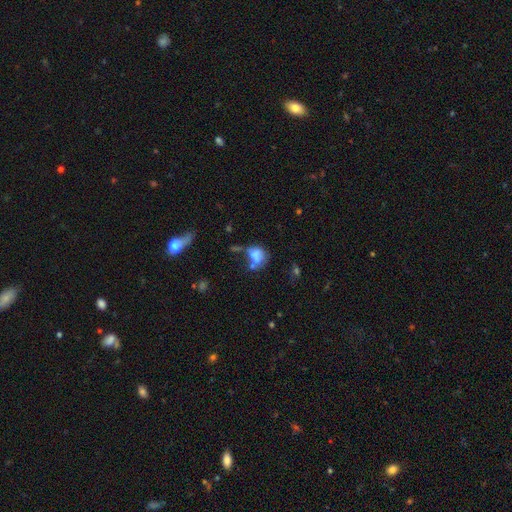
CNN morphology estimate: This is likely a smooth galaxy (68%). How rounded: possibly in between (57%). Merging: marginally merger (31%).